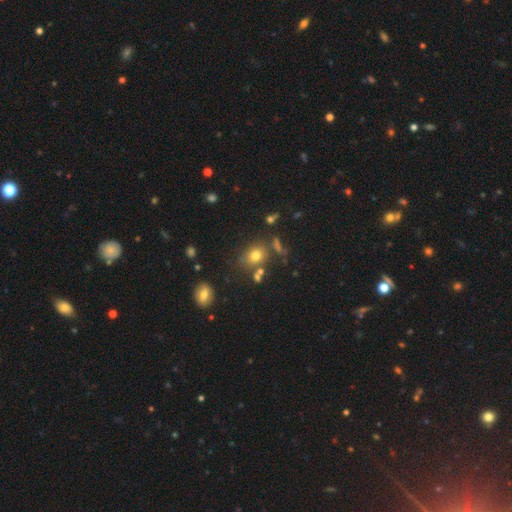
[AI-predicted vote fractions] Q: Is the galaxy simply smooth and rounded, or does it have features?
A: smooth — 73%.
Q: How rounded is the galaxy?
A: round — 57%.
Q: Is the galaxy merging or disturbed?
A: none — 70%.